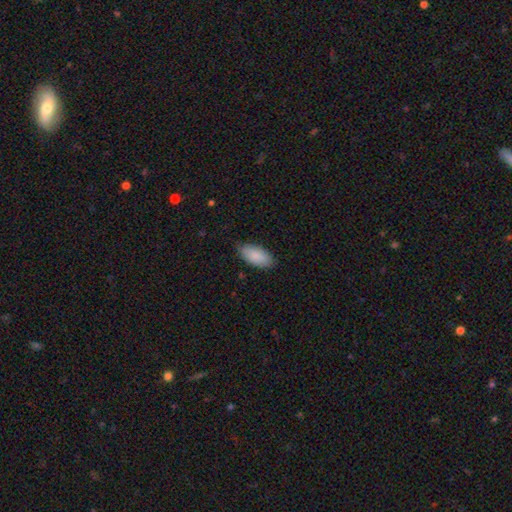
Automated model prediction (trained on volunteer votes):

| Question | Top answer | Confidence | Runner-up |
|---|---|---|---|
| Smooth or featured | smooth | 88% | featured or disk (6%) |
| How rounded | in between | 92% | cigar-shaped (6%) |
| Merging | none | 81% | minor disturbance (16%) |